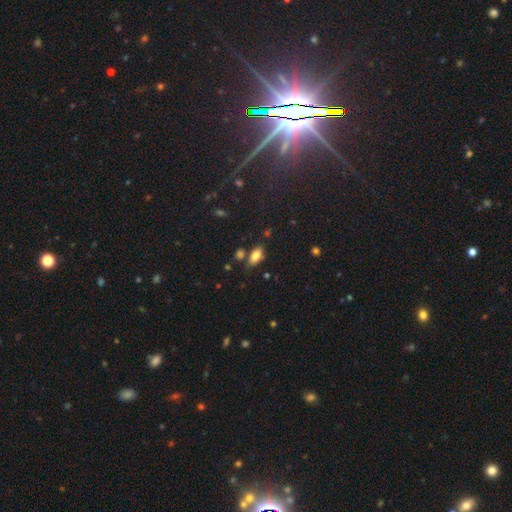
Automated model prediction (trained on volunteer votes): Smooth or featured? smooth (78%)
How rounded? in between (89%)
Merging? none (72%)